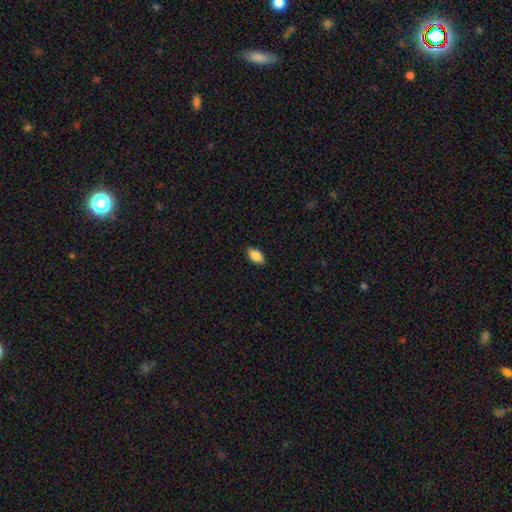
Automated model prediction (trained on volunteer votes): A smooth galaxy with no disk features (86%) that is in between round and cigar-shaped (92%).

Vote fractions:
- Smooth or featured? smooth: 86% / star or artifact: 7% / featured or disk: 7%
- How rounded? in between: 92% / round: 5% / cigar-shaped: 4%
- Merging? none: 88% / minor disturbance: 9% / major disturbance: 2% / merger: 1%